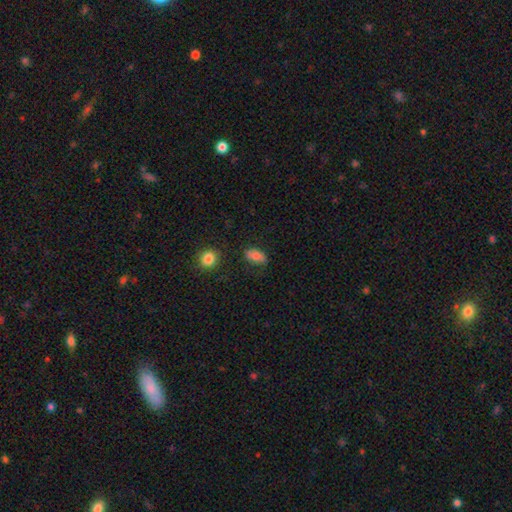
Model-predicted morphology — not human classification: smooth_or_featured: smooth (p=0.78) [alt: featured or disk p=0.14]
how_rounded: in between (p=0.88) [alt: round p=0.07]
merging: none (p=0.73) [alt: minor disturbance p=0.19]